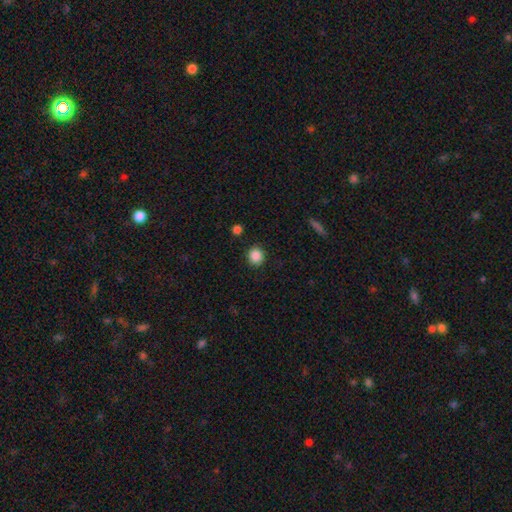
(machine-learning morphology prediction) Q: Smooth or featured?
A: smooth (87%); runner-up: star or artifact (10%)
Q: How rounded?
A: round (86%); runner-up: in between (13%)
Q: Merging?
A: none (90%); runner-up: minor disturbance (6%)